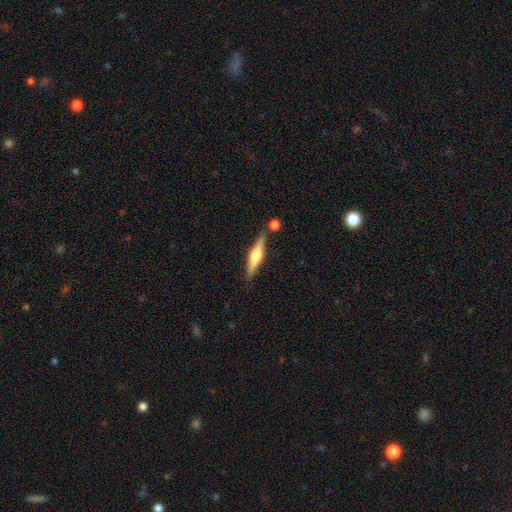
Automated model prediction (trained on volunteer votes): featured or disk 61%, smooth 33%, star or artifact 6%. Down the decision tree: edge-on disk — yes (96%); edge-on bulge — rounded (90%); merging — none (78%).